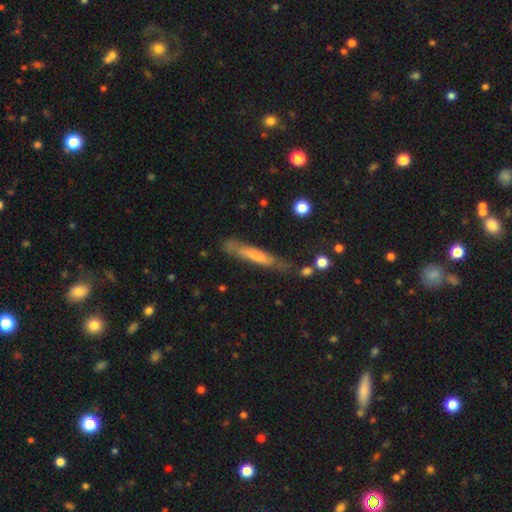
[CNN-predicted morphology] This appears to be a smooth galaxy with no disk features (61%) that is cigar-shaped (90%). Merging: none (61%).